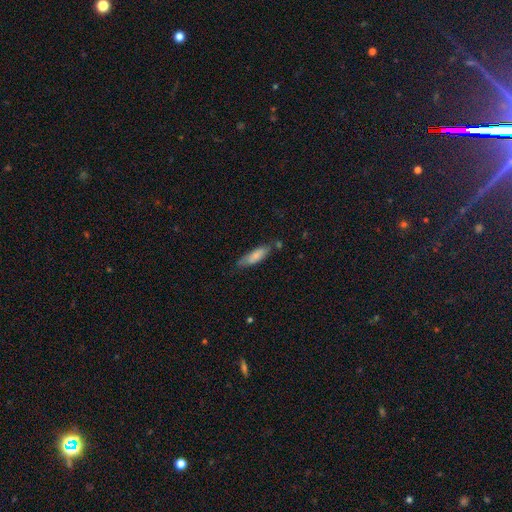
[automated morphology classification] This is likely a smooth galaxy (77%). How rounded: possibly cigar-shaped (53%). Merging: likely none (61%).